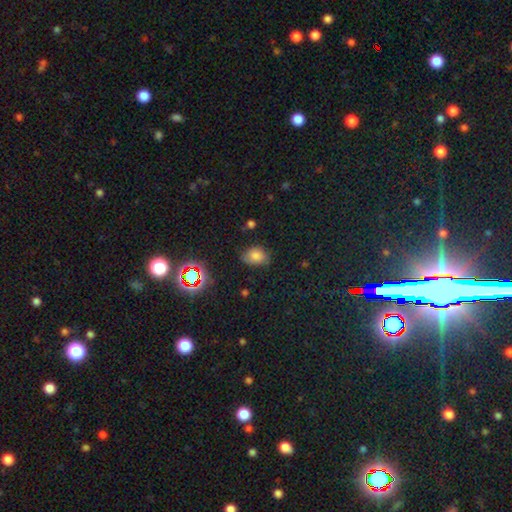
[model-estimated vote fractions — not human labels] Smooth or featured: smooth — 73% (star or artifact — 17%)
How rounded: in between — 69% (round — 30%)
Merging: none — 65% (minor disturbance — 27%)